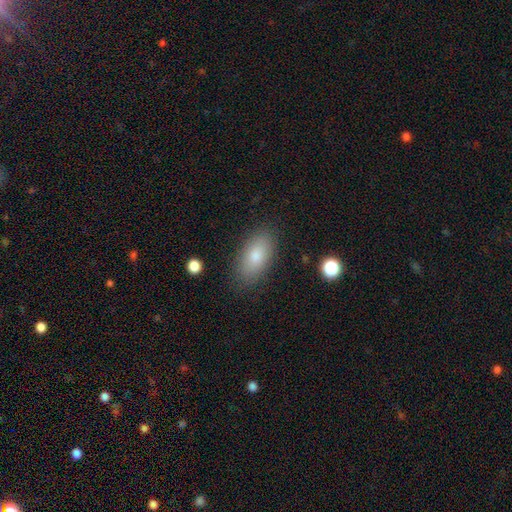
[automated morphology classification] type=smooth (79%); roundness=in between (90%); merging=none (85%).